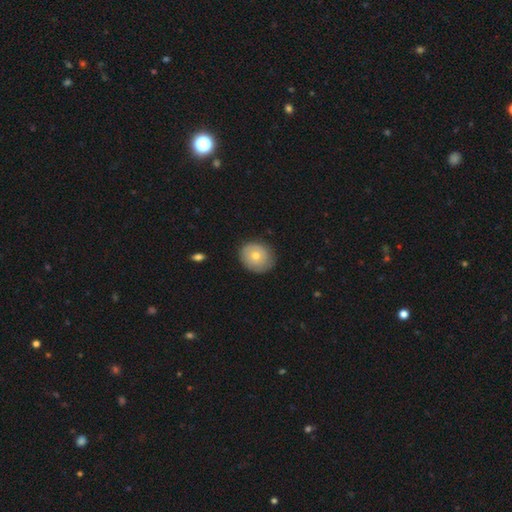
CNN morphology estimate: Overall: smooth (66%; featured or disk 27%). How rounded: round (73%). Merging: none (82%).